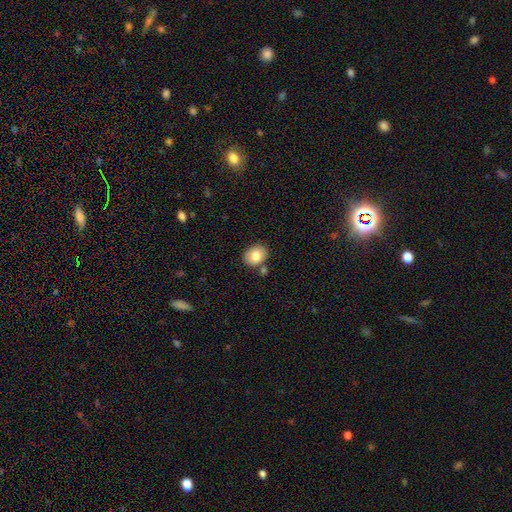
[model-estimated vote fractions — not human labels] smooth-or-featured: smooth: 79% | featured or disk: 12% | star or artifact: 8%
  how-rounded: round: 51% | in between: 48% | cigar-shaped: 1%
  merging: none: 78% | minor disturbance: 11% | merger: 8% | major disturbance: 3%